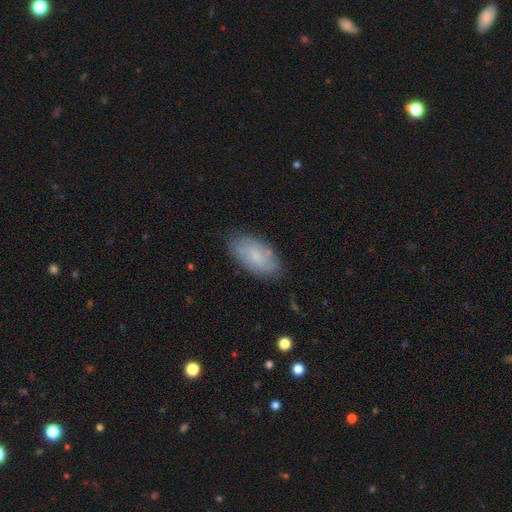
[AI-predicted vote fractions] A smooth galaxy with no disk features (61%) that is in between round and cigar-shaped (94%).

Vote fractions:
- Smooth or featured? smooth: 61% / featured or disk: 32% / star or artifact: 7%
- How rounded? in between: 94% / cigar-shaped: 3% / round: 3%
- Merging? none: 77% / minor disturbance: 18% / major disturbance: 4% / merger: 2%